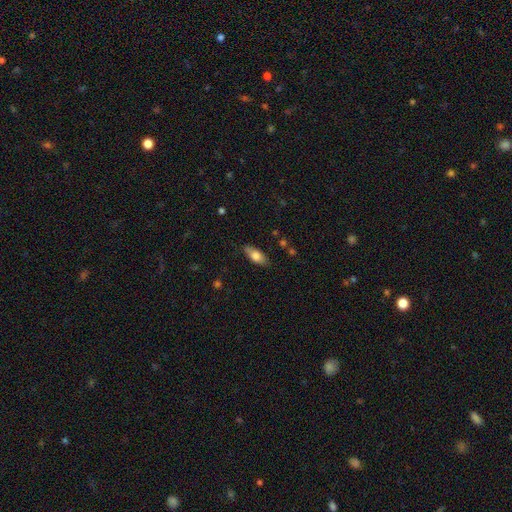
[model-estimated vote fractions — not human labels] Overall: smooth (73%). How rounded: in between (81%). Merging: none (80%).